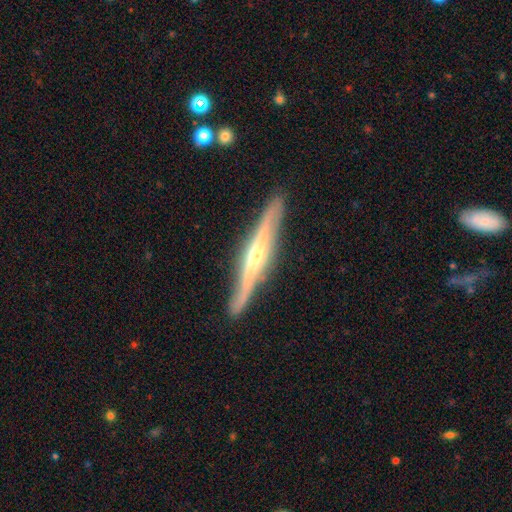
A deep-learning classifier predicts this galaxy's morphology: Smooth or featured?
  - featured or disk: 79% *
  - smooth: 16%
  - star or artifact: 5%
Edge-on disk?
  - yes: 95% *
  - no: 5%
Edge-on bulge?
  - rounded: 74% *
  - none: 16%
  - boxy: 10%
Merging?
  - none: 87% *
  - minor disturbance: 10%
  - major disturbance: 2%
  - merger: 2%